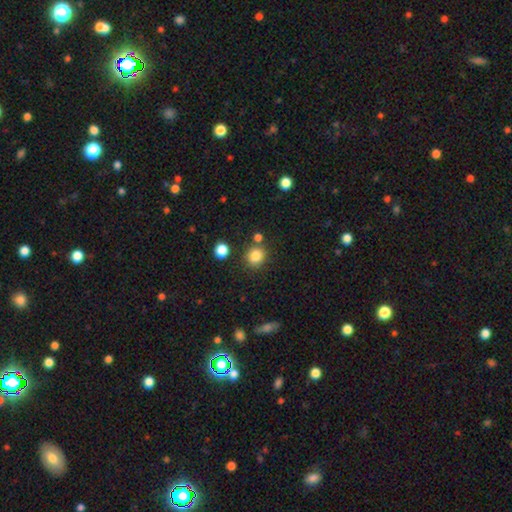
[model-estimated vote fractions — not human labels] This appears to be a smooth galaxy with no disk features (84%) that is round (87%). Merging: none (79%).